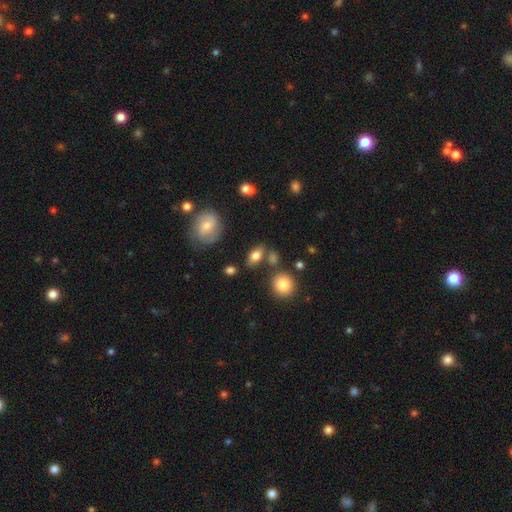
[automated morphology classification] This is likely a smooth galaxy (77%). How rounded: clearly in between (84%). Merging: likely none (72%).